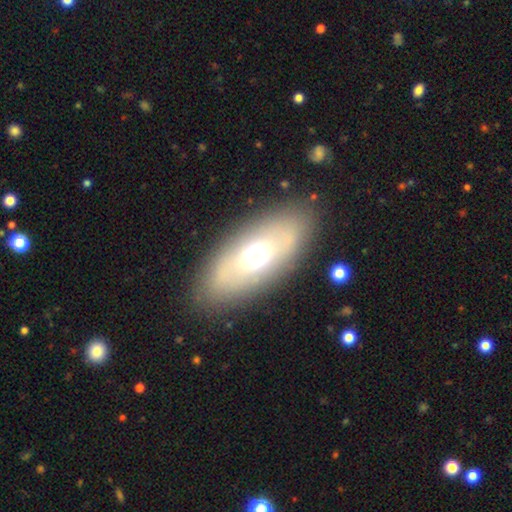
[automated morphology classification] Smooth or featured: smooth — 52% (featured or disk — 40%)
How rounded: in between — 84% (cigar-shaped — 11%)
Merging: none — 84% (minor disturbance — 10%)